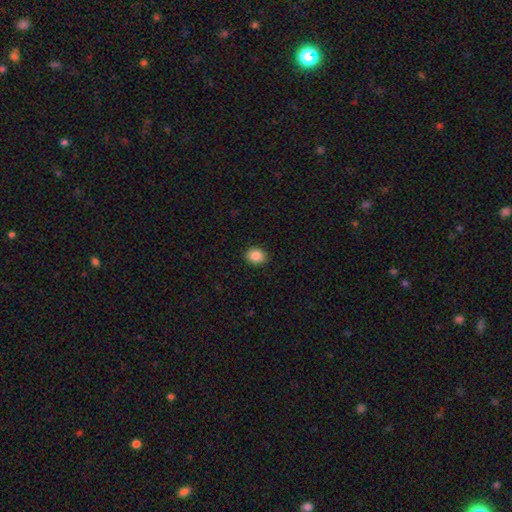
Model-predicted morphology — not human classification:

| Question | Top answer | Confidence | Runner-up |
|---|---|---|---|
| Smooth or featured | smooth | 87% | star or artifact (9%) |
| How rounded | round | 51% | in between (48%) |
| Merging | none | 90% | minor disturbance (7%) |